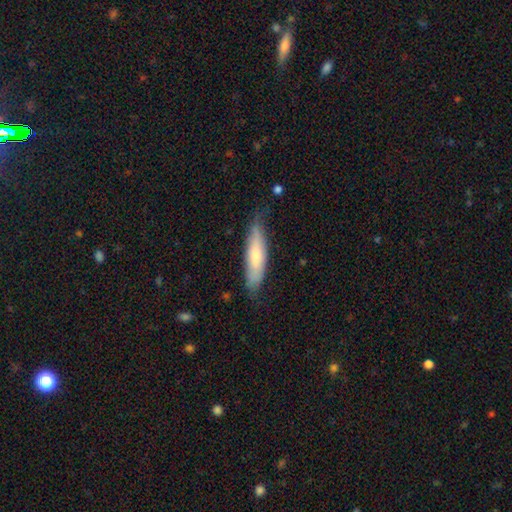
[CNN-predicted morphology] Smooth or featured?
  - smooth: 66% *
  - featured or disk: 28%
  - star or artifact: 6%
How rounded?
  - cigar-shaped: 71% *
  - in between: 28%
  - round: 1%
Merging?
  - none: 70% *
  - minor disturbance: 25%
  - major disturbance: 4%
  - merger: 1%